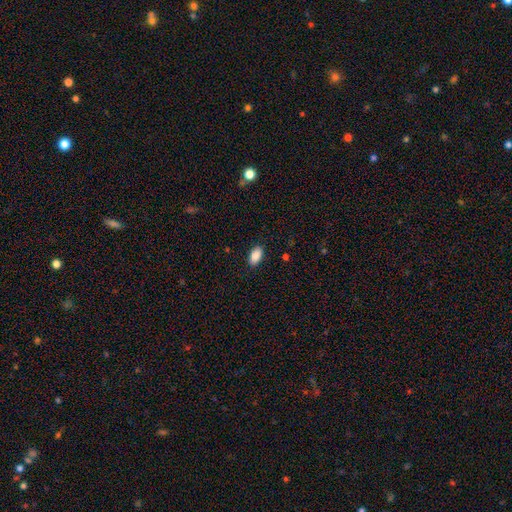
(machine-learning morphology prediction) smooth_or_featured: smooth (p=0.88) [alt: star or artifact p=0.07]
how_rounded: in between (p=0.94) [alt: round p=0.04]
merging: none (p=0.88) [alt: minor disturbance p=0.09]